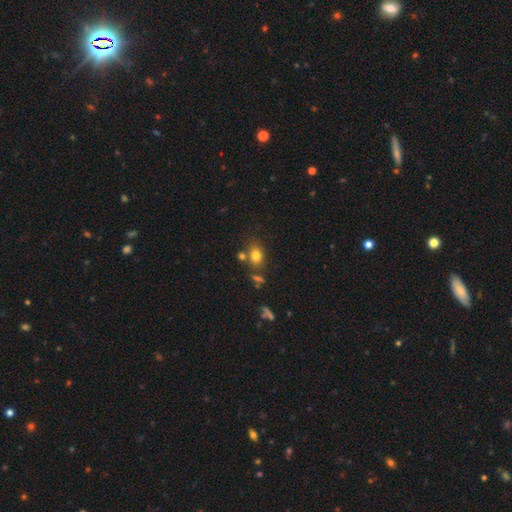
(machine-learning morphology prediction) smooth 78%, star or artifact 13%, featured or disk 10%. Down the decision tree: how rounded — in between (63%); merging — none (67%).